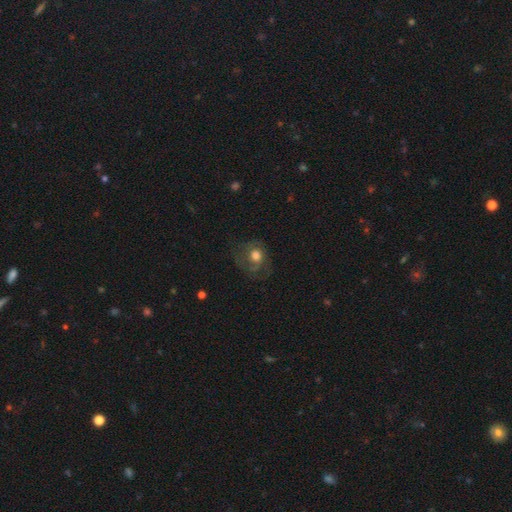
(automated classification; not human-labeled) Q: Smooth or featured?
A: smooth (46%); runner-up: featured or disk (43%)
Q: Merging?
A: none (56%); runner-up: major disturbance (22%)